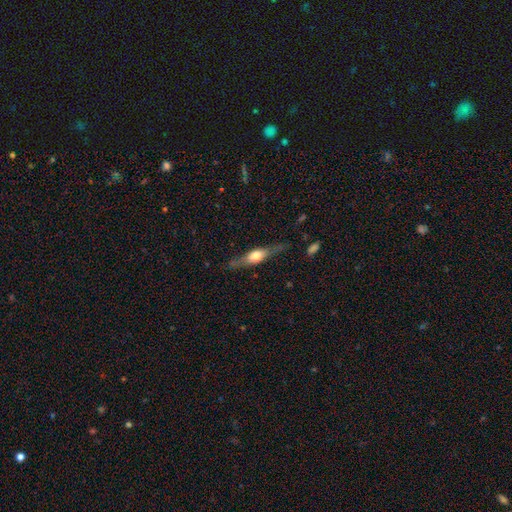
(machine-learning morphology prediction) Smooth or featured: featured or disk — 64% (smooth — 30%)
Edge-on disk: yes — 93% (no — 7%)
Edge-on bulge: rounded — 87% (boxy — 11%)
Merging: none — 79% (minor disturbance — 15%)